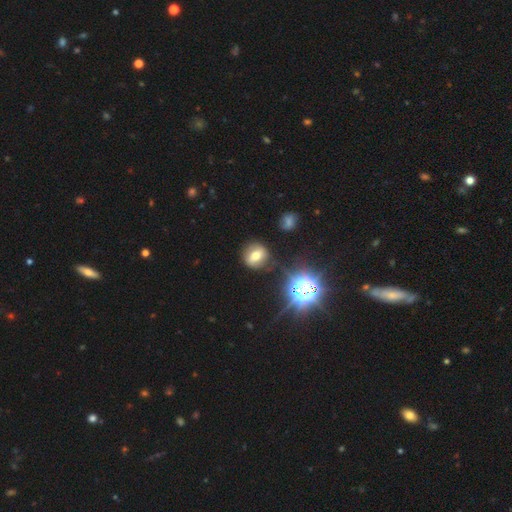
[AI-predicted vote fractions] Smooth or featured?
  - smooth: 52% *
  - featured or disk: 26%
  - star or artifact: 21%
How rounded?
  - round: 71% *
  - in between: 27%
  - cigar-shaped: 2%
Merging?
  - none: 82% *
  - minor disturbance: 11%
  - major disturbance: 4%
  - merger: 3%